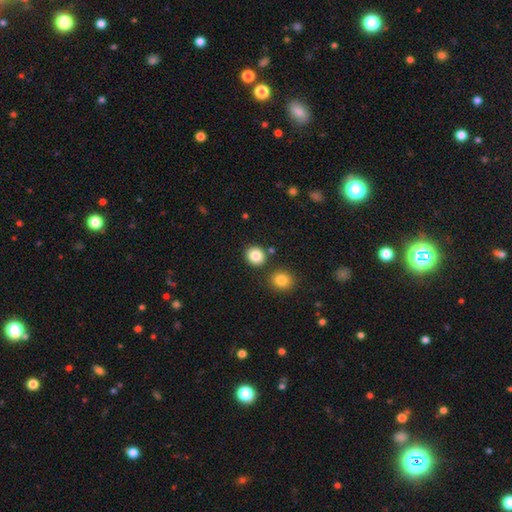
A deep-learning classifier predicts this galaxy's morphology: A smooth galaxy with no disk features (85%) that is round (83%).

Vote fractions:
- Smooth or featured? smooth: 85% / star or artifact: 9% / featured or disk: 5%
- How rounded? round: 83% / in between: 16% / cigar-shaped: 1%
- Merging? none: 82% / merger: 8% / minor disturbance: 7% / major disturbance: 2%